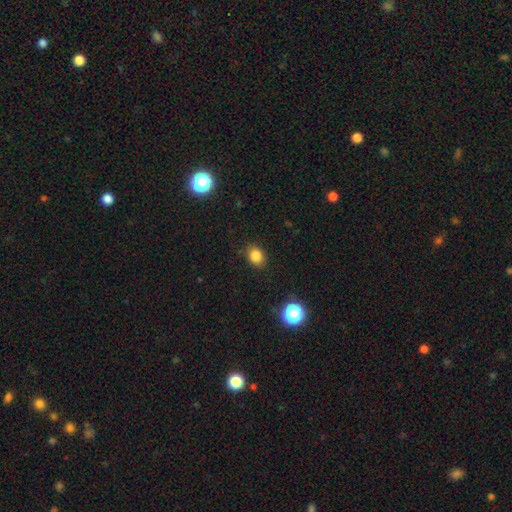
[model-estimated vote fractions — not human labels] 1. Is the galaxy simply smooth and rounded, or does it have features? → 83% smooth, 12% star or artifact, 5% featured or disk.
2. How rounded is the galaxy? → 50% round, 49% in between, 1% cigar-shaped.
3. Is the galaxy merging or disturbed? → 86% none, 10% minor disturbance, 3% major disturbance, 1% merger.